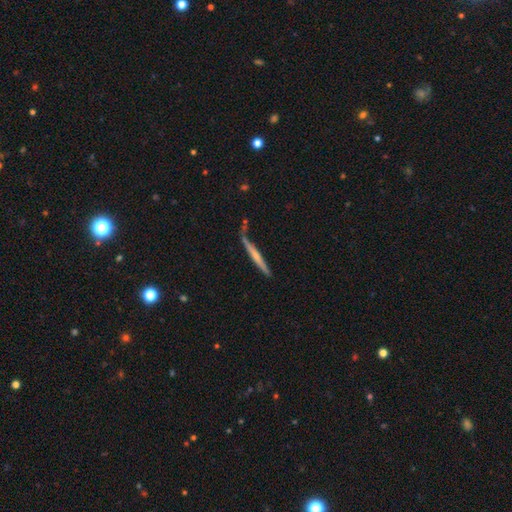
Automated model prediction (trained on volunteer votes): smooth_or_featured: featured or disk (p=0.48) [alt: smooth p=0.46]
merging: none (p=0.58) [alt: minor disturbance p=0.22]